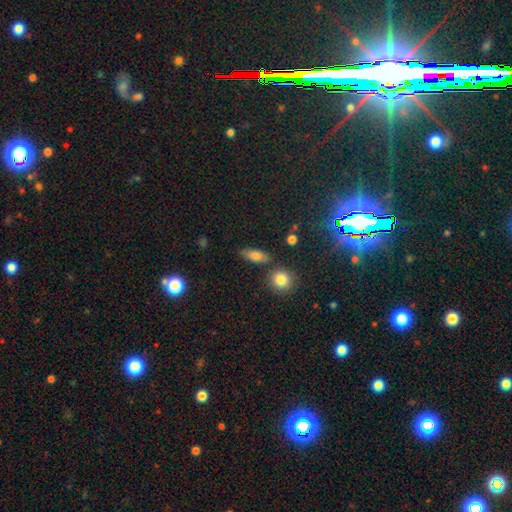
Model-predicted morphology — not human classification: smooth_or_featured: smooth (p=0.79) [alt: featured or disk p=0.12]
how_rounded: in between (p=0.74) [alt: cigar-shaped p=0.19]
merging: none (p=0.79) [alt: minor disturbance p=0.12]